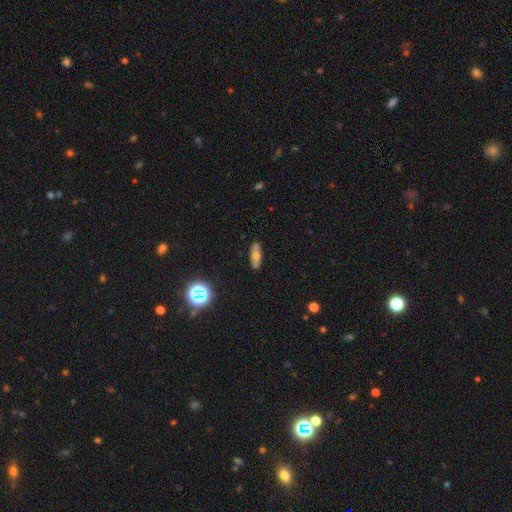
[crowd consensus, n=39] A smooth galaxy with no disk features (51%) that is cigar-shaped (50%).

Vote fractions:
- Smooth or featured? smooth: 51% / featured or disk: 38% / star or artifact: 10%
- How rounded? cigar-shaped: 50% / in between: 45% / round: 5%
- Merging? none: 94% / minor disturbance: 6% / major disturbance: 0% / merger: 0%